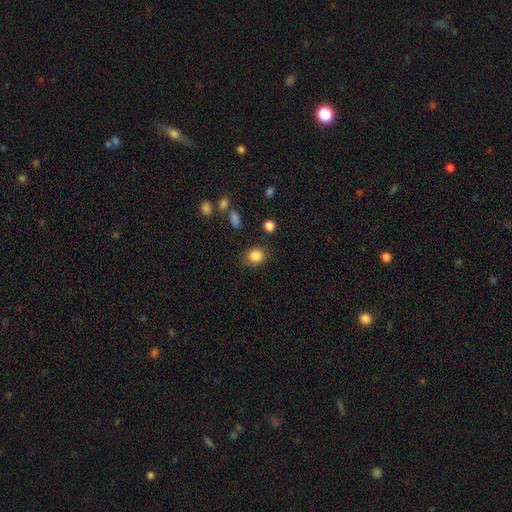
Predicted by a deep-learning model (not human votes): A smooth galaxy with no disk features (85%) that is round (60%).

Vote fractions:
- Smooth or featured? smooth: 85% / star or artifact: 10% / featured or disk: 5%
- How rounded? round: 60% / in between: 39% / cigar-shaped: 1%
- Merging? none: 78% / minor disturbance: 15% / major disturbance: 4% / merger: 2%